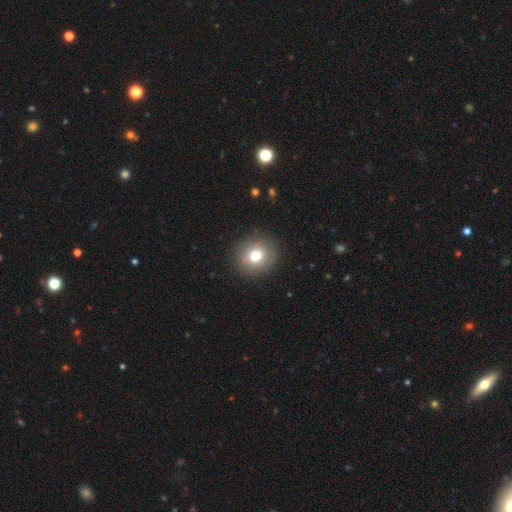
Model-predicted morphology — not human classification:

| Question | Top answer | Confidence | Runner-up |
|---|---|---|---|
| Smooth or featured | smooth | 75% | featured or disk (14%) |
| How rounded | round | 84% | in between (15%) |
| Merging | none | 89% | minor disturbance (7%) |